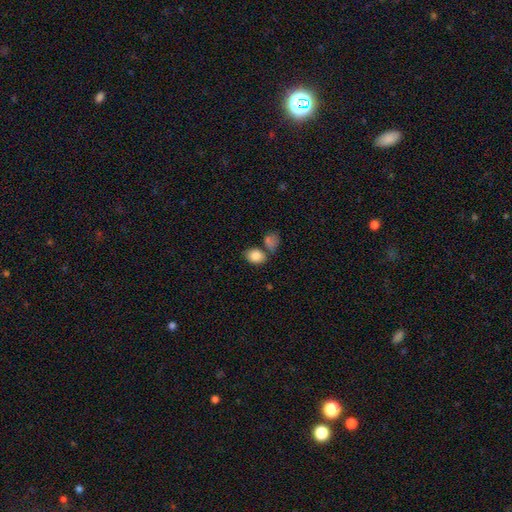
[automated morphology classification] A smooth galaxy with no disk features (85%) that is in between round and cigar-shaped (73%). Merging: none (58%).